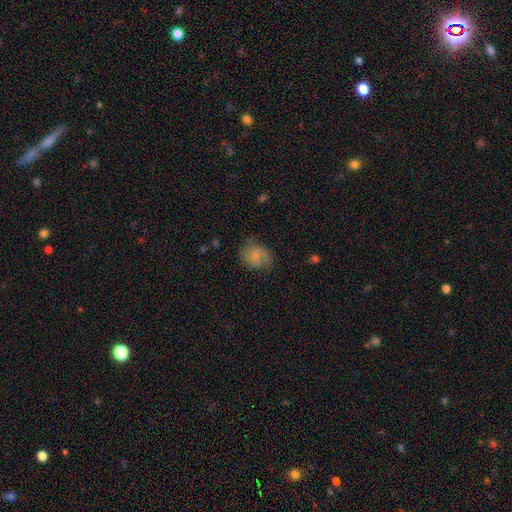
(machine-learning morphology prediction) A featured or disk galaxy (49%).

Vote fractions:
- Smooth or featured? featured or disk: 49% / smooth: 42% / star or artifact: 9%
- Merging? none: 63% / minor disturbance: 23% / major disturbance: 12% / merger: 2%